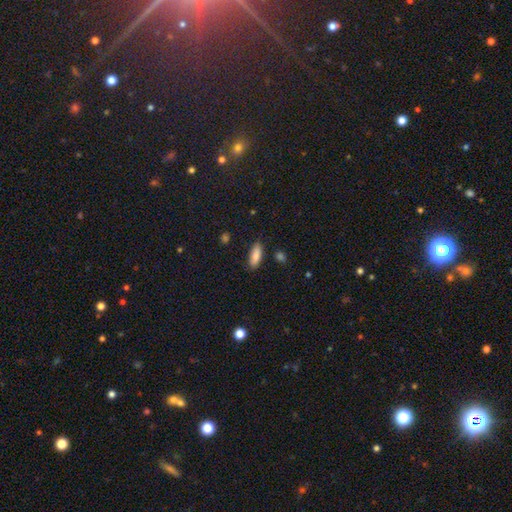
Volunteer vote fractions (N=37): Smooth or featured: smooth — 89% (featured or disk — 8%)
How rounded: in between — 64% (cigar-shaped — 33%)
Merging: none — 78% (minor disturbance — 17%)